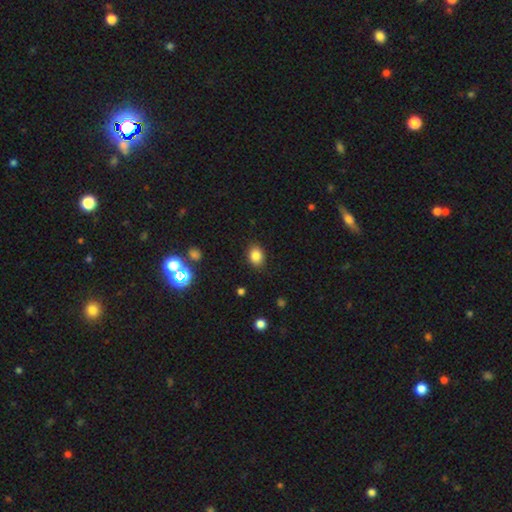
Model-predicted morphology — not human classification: The model was most divided on "how rounded": in between: 59%, round: 40%, cigar-shaped: 1%. More confident: merging — none (87%); smooth or featured — smooth (84%).